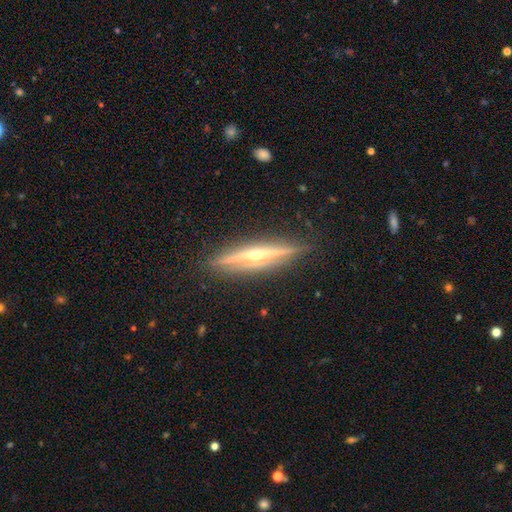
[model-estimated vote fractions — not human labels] Q: Smooth or featured?
A: featured or disk (83%); runner-up: smooth (11%)
Q: Edge-on disk?
A: yes (97%); runner-up: no (3%)
Q: Edge-on bulge?
A: rounded (89%); runner-up: none (8%)
Q: Merging?
A: none (89%); runner-up: minor disturbance (8%)